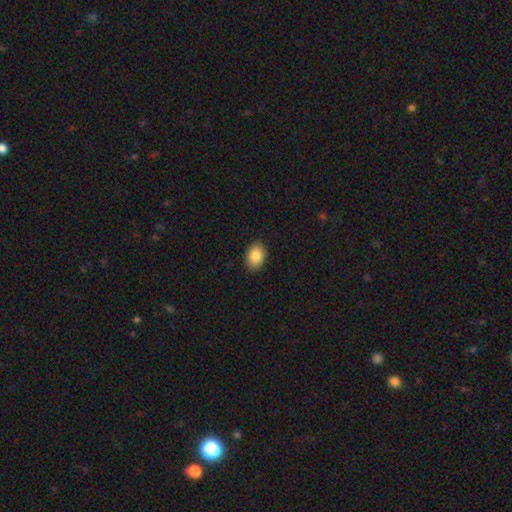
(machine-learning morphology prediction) smooth 86%, star or artifact 8%, featured or disk 7%. Down the decision tree: how rounded — in between (77%); merging — none (90%).